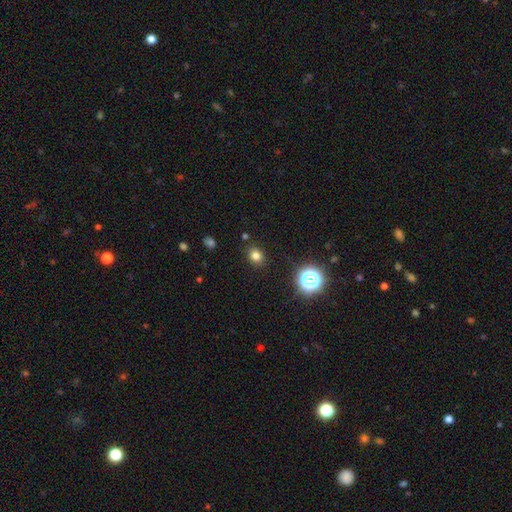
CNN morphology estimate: Smooth or featured: smooth — 78% (star or artifact — 16%)
How rounded: round — 53% (in between — 46%)
Merging: none — 88% (minor disturbance — 8%)